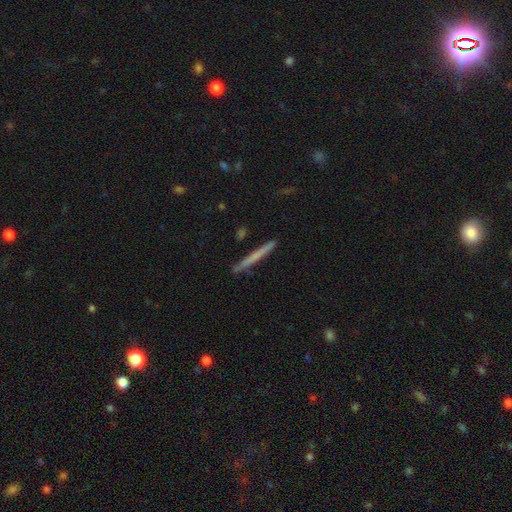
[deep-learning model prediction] Smooth or featured? smooth (55%)
How rounded? cigar-shaped (97%)
Merging? none (90%)